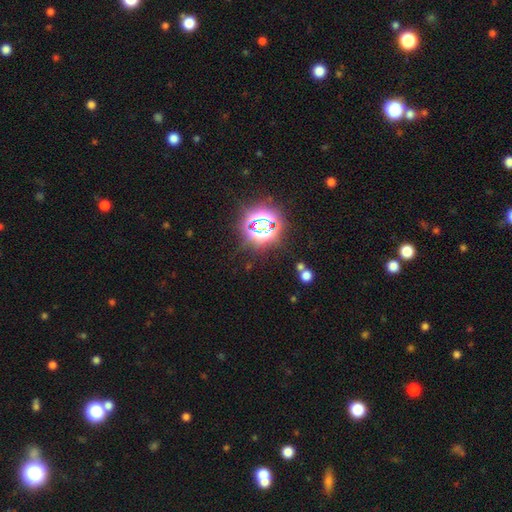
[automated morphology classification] smooth-or-featured: star or artifact: 77% | smooth: 16% | featured or disk: 6%